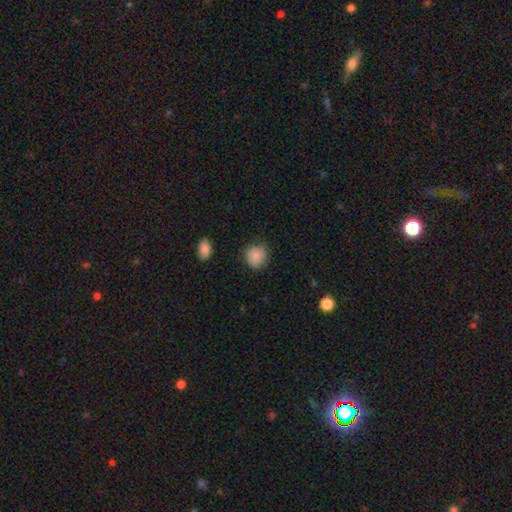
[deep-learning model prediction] A smooth galaxy with no disk features (86%) that is round (84%). Merging: none (77%).